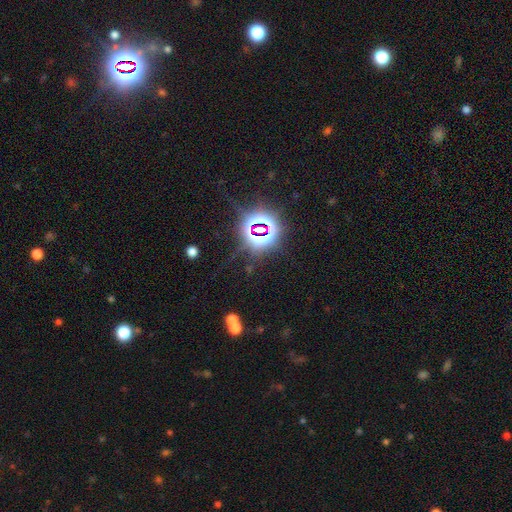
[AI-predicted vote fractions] This appears to be a star or artifact, not a galaxy (80%).